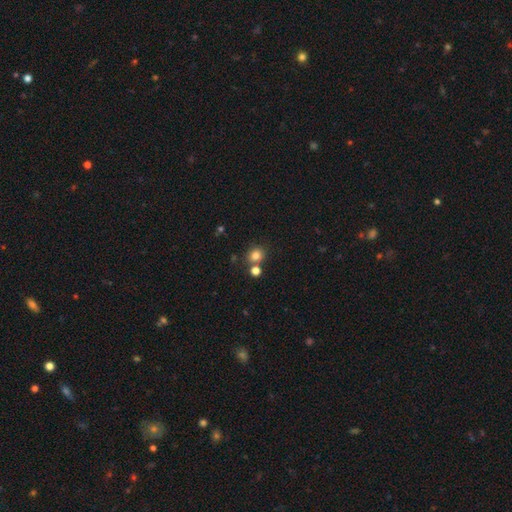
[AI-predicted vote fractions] The model was most divided on "merging": none: 71%, merger: 17%, minor disturbance: 8%, major disturbance: 3%. More confident: how rounded — round (83%); smooth or featured — smooth (80%).